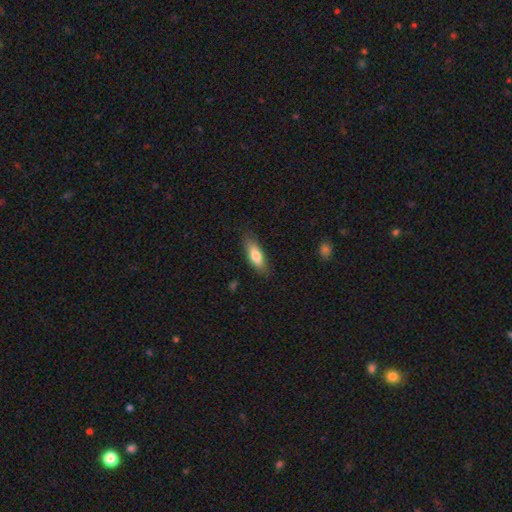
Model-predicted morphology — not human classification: Q: Smooth or featured?
A: smooth (75%); runner-up: featured or disk (18%)
Q: How rounded?
A: in between (59%); runner-up: cigar-shaped (39%)
Q: Merging?
A: none (84%); runner-up: minor disturbance (12%)